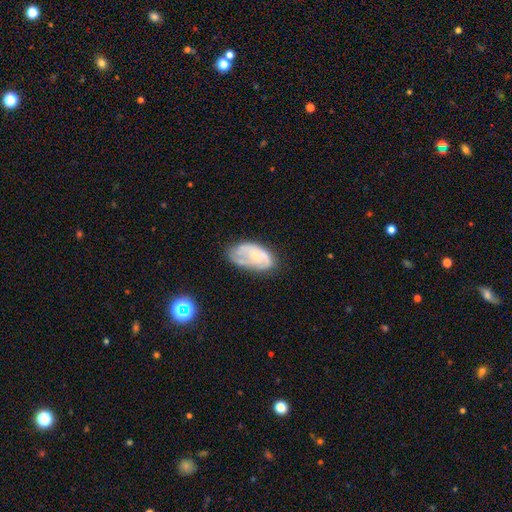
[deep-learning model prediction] Morphology: type=featured or disk (60%); edge-on=no (96%); bar=no (74%); spiral arms=yes (66%); bulge=small (68%); merging=none (48%).